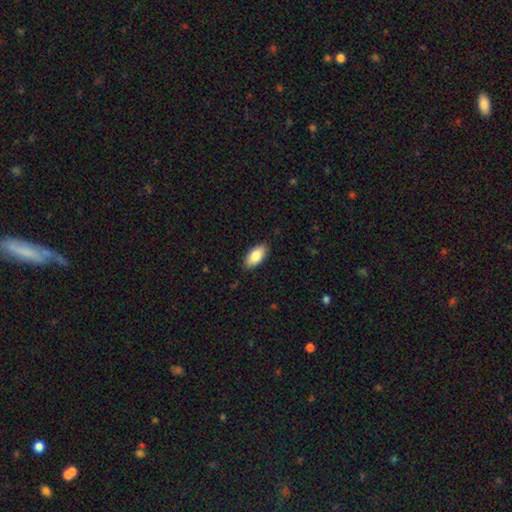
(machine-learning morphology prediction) Smooth or featured: smooth — 85% (featured or disk — 8%)
How rounded: in between — 93% (cigar-shaped — 5%)
Merging: none — 88% (minor disturbance — 9%)